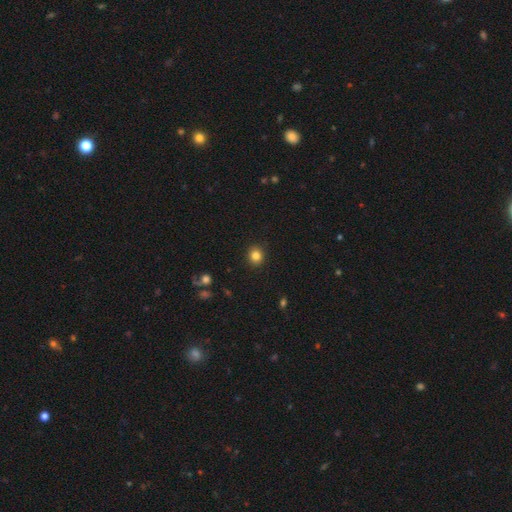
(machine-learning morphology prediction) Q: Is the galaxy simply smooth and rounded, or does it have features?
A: smooth — 84%.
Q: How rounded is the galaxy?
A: round — 81%.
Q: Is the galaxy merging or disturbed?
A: none — 91%.